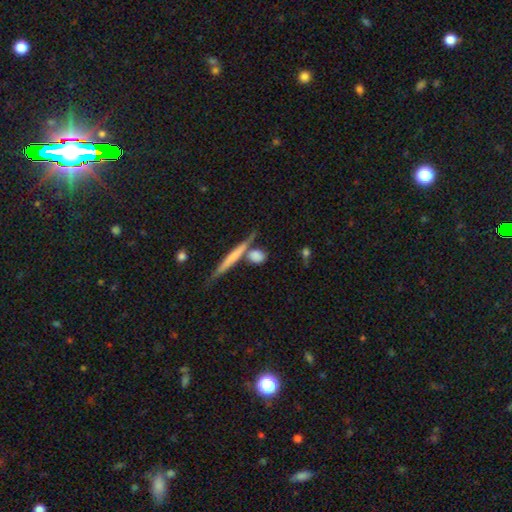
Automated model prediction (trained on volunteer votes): Smooth or featured? Predicted: smooth (p=0.69). How rounded? Predicted: round (p=0.46). Merging? Predicted: none (p=0.65).